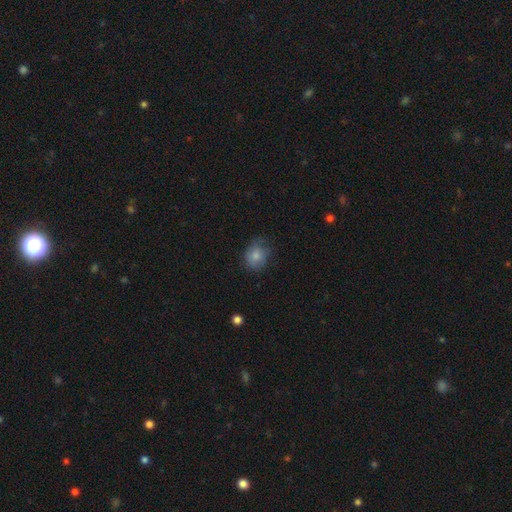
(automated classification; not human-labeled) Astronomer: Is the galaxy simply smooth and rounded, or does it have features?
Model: smooth — 81%.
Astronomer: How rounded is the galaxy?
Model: round — 61% (runner-up: in between, 38%).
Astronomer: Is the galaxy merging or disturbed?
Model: none — 61%.